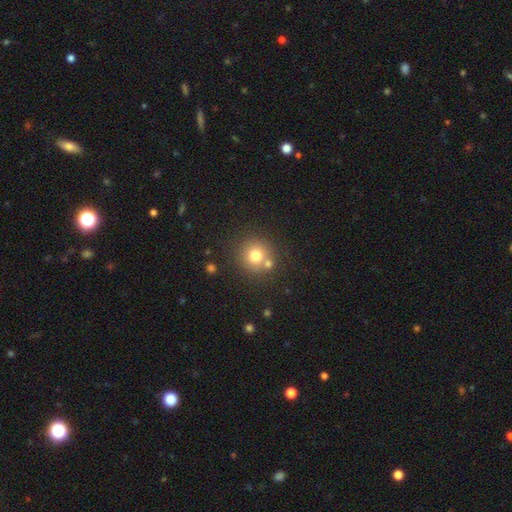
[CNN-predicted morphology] smooth_or_featured: smooth (p=0.75) [alt: star or artifact p=0.13]
how_rounded: round (p=0.92) [alt: in between p=0.07]
merging: none (p=0.69) [alt: merger p=0.19]